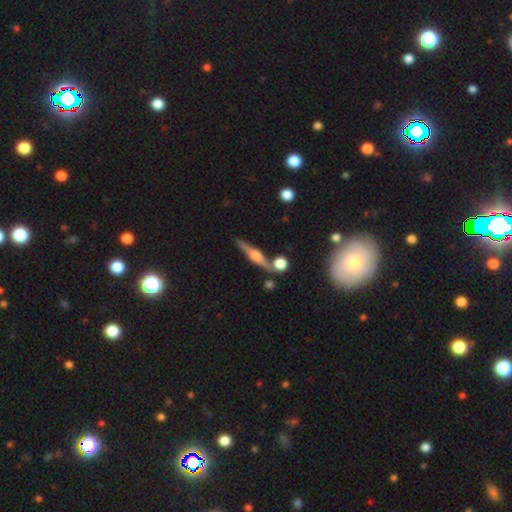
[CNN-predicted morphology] Q: Smooth or featured?
A: featured or disk (81%); runner-up: smooth (13%)
Q: Edge-on disk?
A: yes (97%); runner-up: no (3%)
Q: Edge-on bulge?
A: rounded (90%); runner-up: boxy (8%)
Q: Merging?
A: none (80%); runner-up: merger (9%)